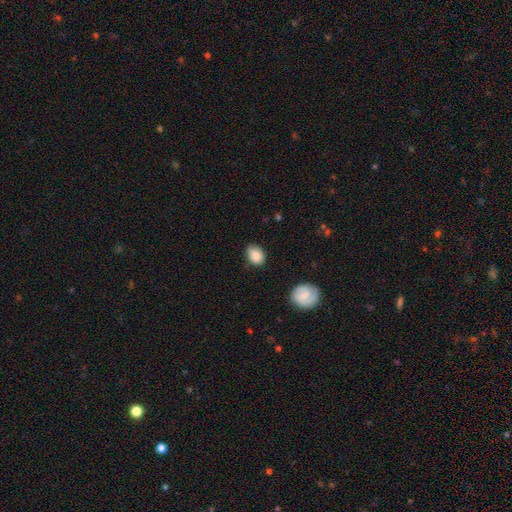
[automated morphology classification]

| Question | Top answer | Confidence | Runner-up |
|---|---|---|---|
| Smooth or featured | smooth | 85% | star or artifact (8%) |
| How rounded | in between | 70% | round (29%) |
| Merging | none | 74% | minor disturbance (21%) |